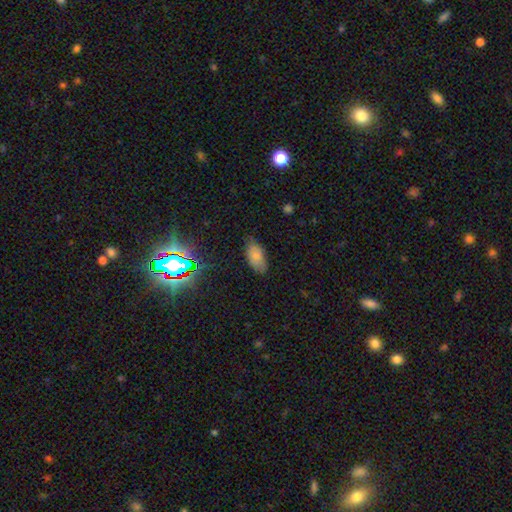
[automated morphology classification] Smooth or featured? Predicted: smooth (p=0.74). How rounded? Predicted: in between (p=0.93). Merging? Predicted: none (p=0.76).